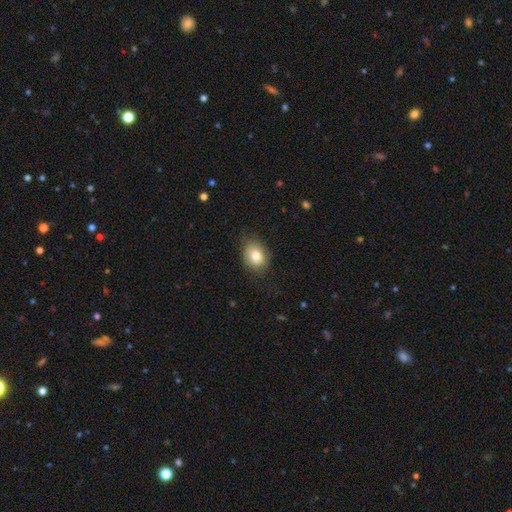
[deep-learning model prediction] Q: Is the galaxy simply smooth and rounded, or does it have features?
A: smooth — 77%.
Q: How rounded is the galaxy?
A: in between — 61%.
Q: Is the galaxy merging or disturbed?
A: none — 73%.